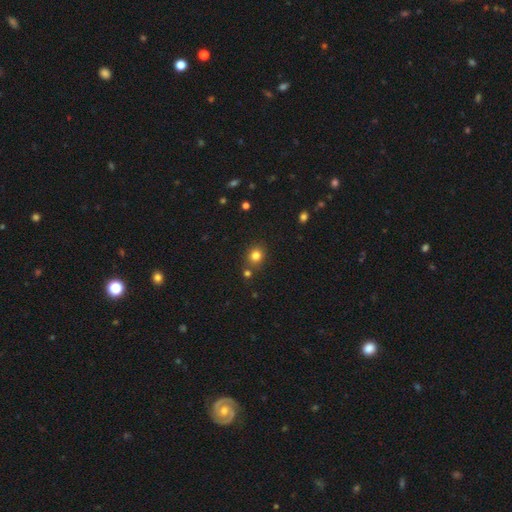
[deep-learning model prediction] Smooth or featured? smooth (80%)
How rounded? round (80%)
Merging? none (77%)